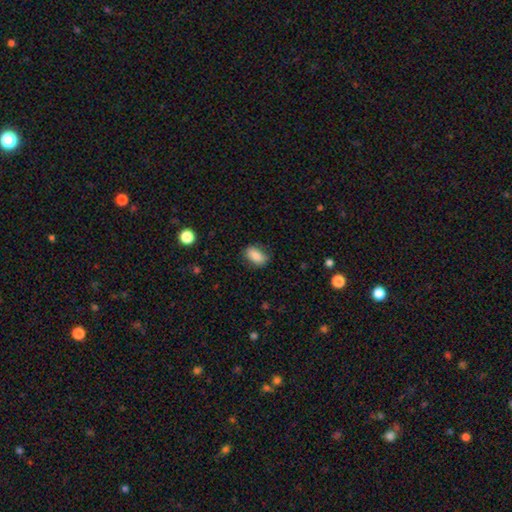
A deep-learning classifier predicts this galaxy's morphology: Smooth or featured?
  - smooth: 86% *
  - star or artifact: 8%
  - featured or disk: 7%
How rounded?
  - in between: 89% *
  - round: 8%
  - cigar-shaped: 3%
Merging?
  - none: 80% *
  - minor disturbance: 15%
  - major disturbance: 4%
  - merger: 1%